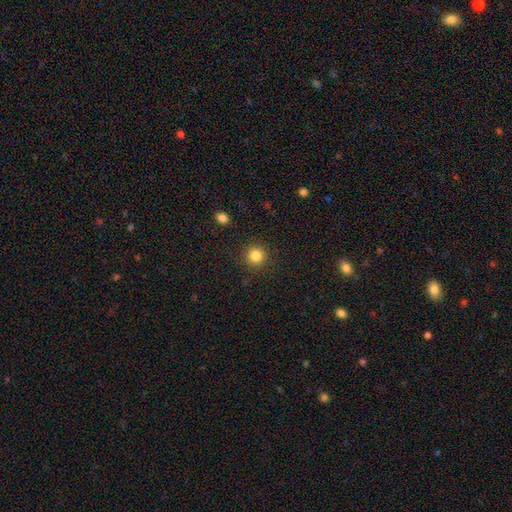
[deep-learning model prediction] This appears to be a smooth galaxy with no disk features (83%) that is round (95%). Merging: none (91%).